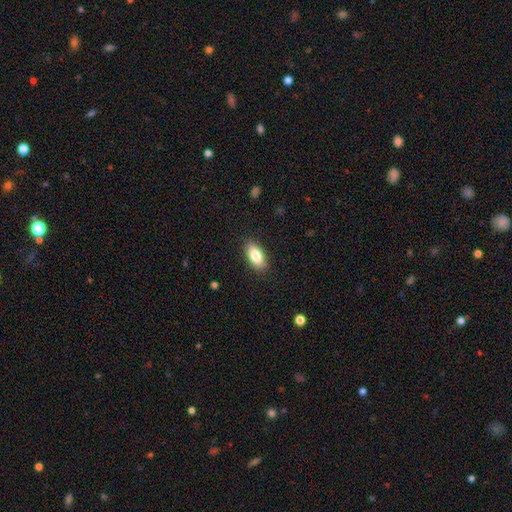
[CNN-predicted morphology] Smooth or featured: smooth — 82% (featured or disk — 11%)
How rounded: in between — 89% (cigar-shaped — 9%)
Merging: none — 88% (minor disturbance — 9%)